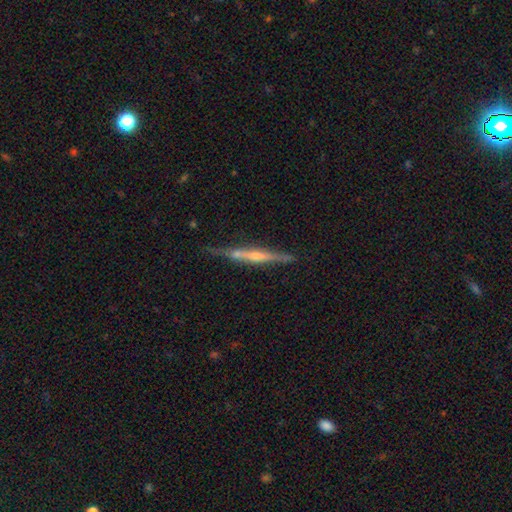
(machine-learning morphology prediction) Smooth or featured? featured or disk (71%)
Edge-on disk? yes (97%)
Edge-on bulge? rounded (56%)
Merging? none (77%)